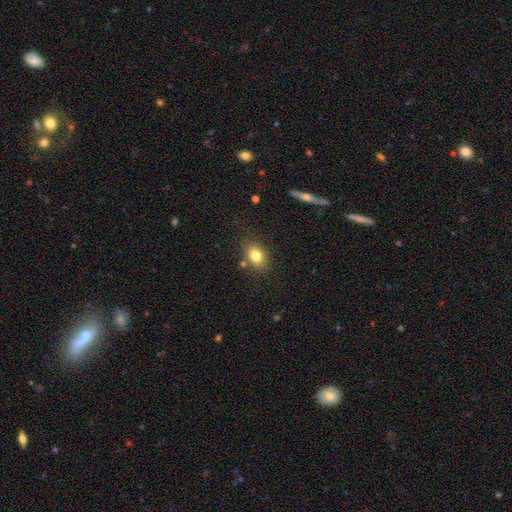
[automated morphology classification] Q: Smooth or featured?
A: smooth (79%); runner-up: star or artifact (10%)
Q: How rounded?
A: in between (65%); runner-up: round (33%)
Q: Merging?
A: none (77%); runner-up: minor disturbance (13%)